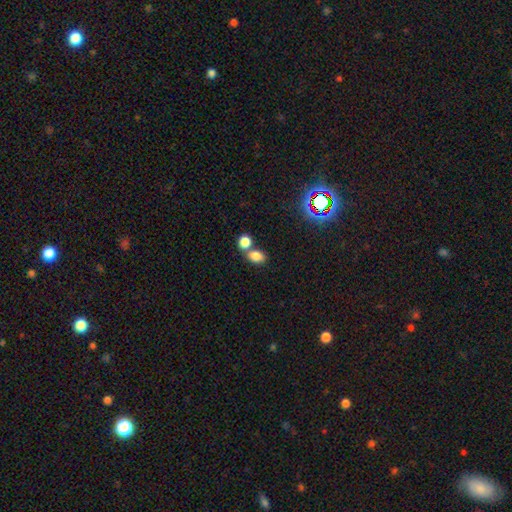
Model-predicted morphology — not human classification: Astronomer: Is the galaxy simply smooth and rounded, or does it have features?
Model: smooth — 80%.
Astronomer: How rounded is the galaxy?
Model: in between — 73%.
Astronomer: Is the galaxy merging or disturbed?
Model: none — 49% (runner-up: merger, 37%).